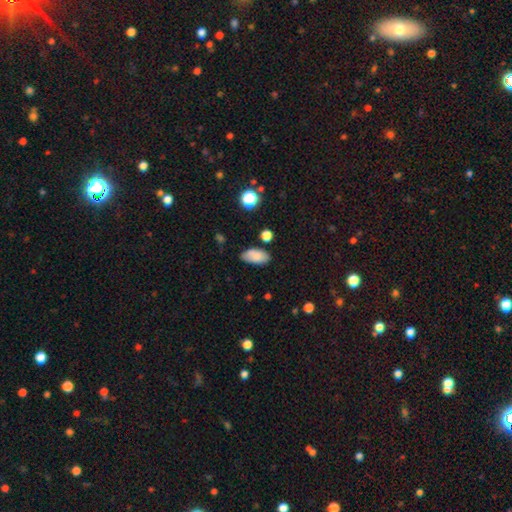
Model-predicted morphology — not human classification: Overall: smooth (83%). How rounded: in between (93%). Merging: none (75%).